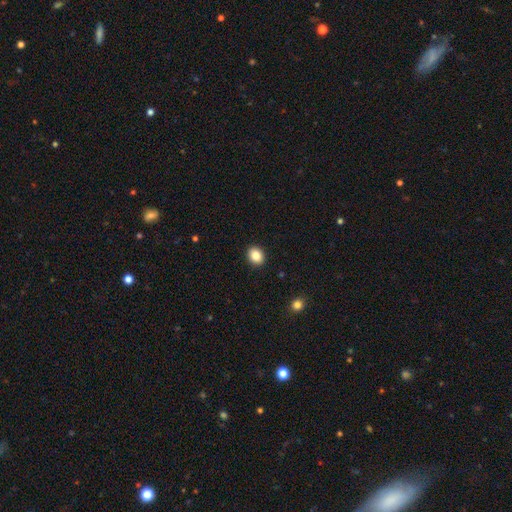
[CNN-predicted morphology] The model was most divided on "how rounded": round: 56%, in between: 44%, cigar-shaped: 1%. More confident: merging — none (92%); smooth or featured — smooth (85%).